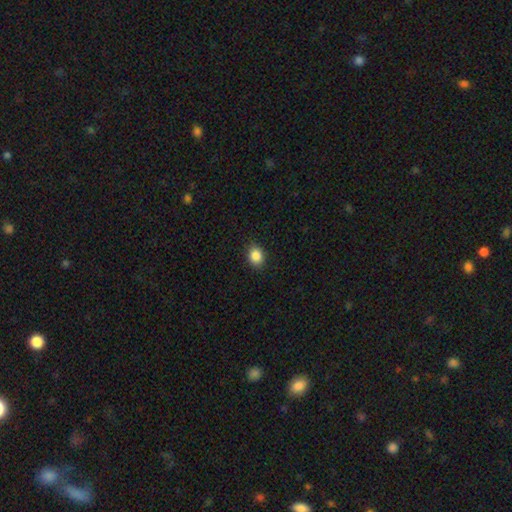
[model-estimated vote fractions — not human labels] This appears to be a smooth galaxy with no disk features (86%) that is round (58%). Merging: none (87%).